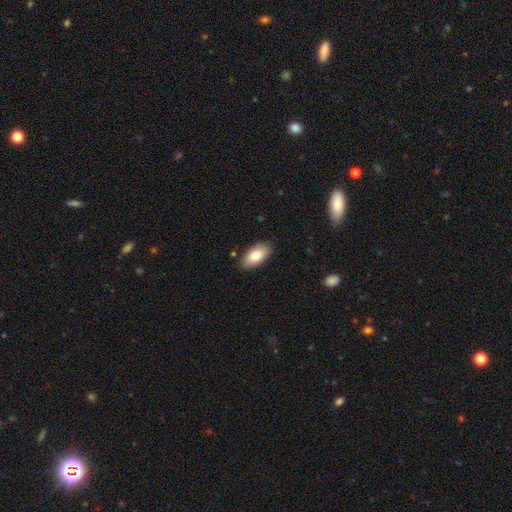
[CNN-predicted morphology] Smooth or featured: smooth — 81% (featured or disk — 13%)
How rounded: in between — 94% (cigar-shaped — 4%)
Merging: none — 86% (minor disturbance — 11%)